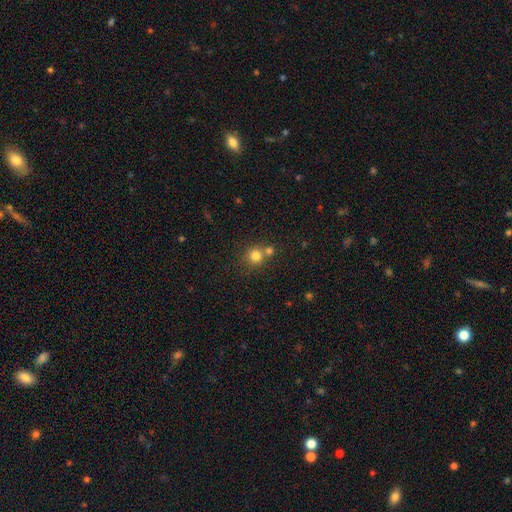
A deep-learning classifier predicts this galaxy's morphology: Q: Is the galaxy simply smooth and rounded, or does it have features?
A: smooth — 79%.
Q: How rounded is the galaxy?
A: round — 91%.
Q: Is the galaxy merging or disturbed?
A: none — 58%.